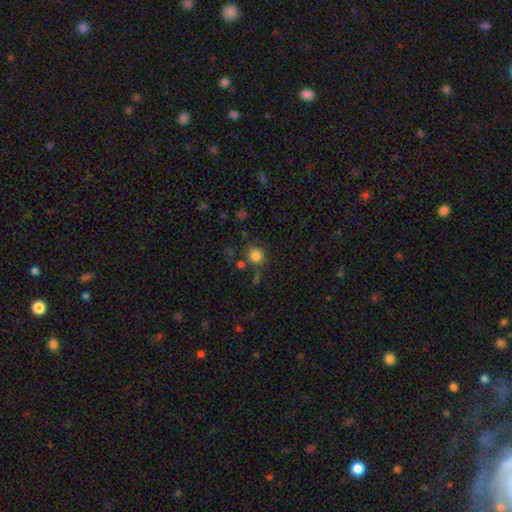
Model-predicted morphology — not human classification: This is clearly a smooth galaxy (83%). How rounded: clearly round (86%). Merging: likely none (78%).